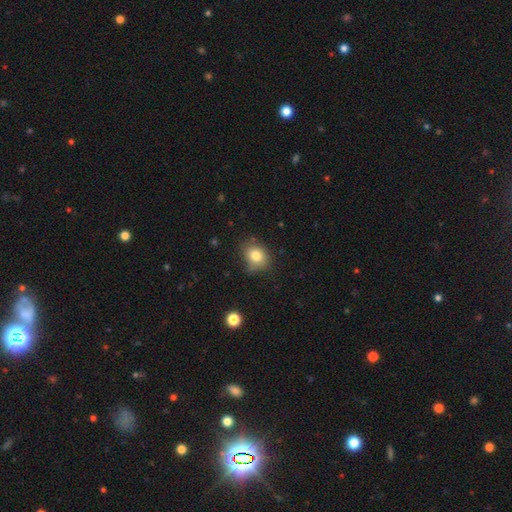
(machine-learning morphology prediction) type=smooth (80%); roundness=round (69%); merging=none (71%).